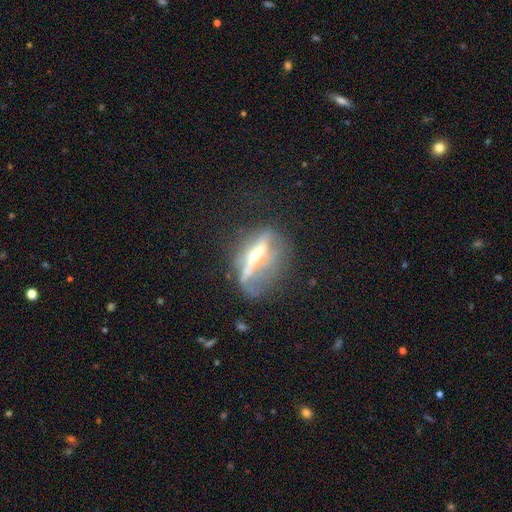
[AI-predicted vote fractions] Smooth or featured?
  - featured or disk: 68% *
  - smooth: 23%
  - star or artifact: 10%
Edge-on disk?
  - yes: 62% *
  - no: 38%
Merging?
  - none: 46% *
  - major disturbance: 26%
  - minor disturbance: 22%
  - merger: 6%